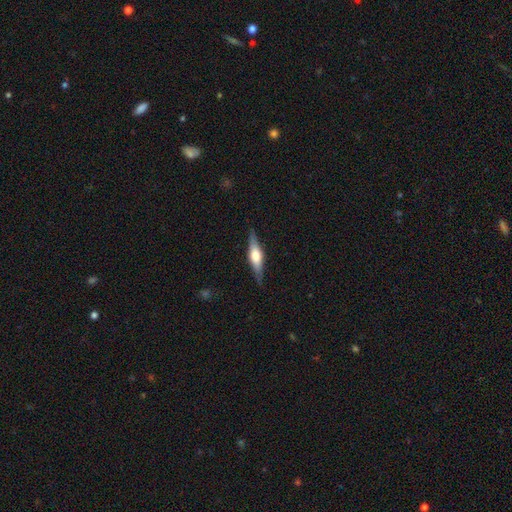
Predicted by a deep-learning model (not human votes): Morphology: type=featured or disk (64%); edge-on=yes (95%); edge-on bulge=rounded (87%); merging=none (86%).